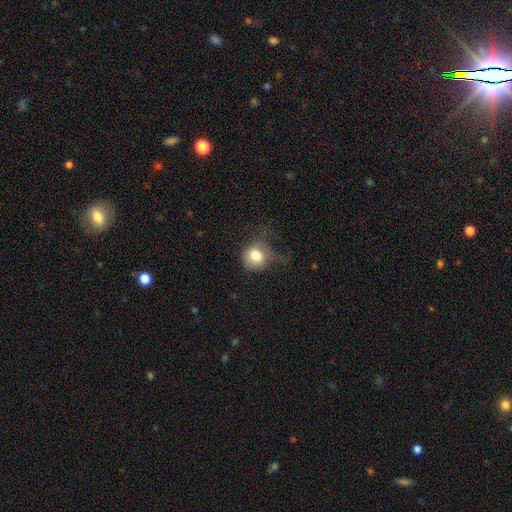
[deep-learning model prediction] Q: Smooth or featured?
A: smooth (80%); runner-up: featured or disk (10%)
Q: How rounded?
A: round (83%); runner-up: in between (16%)
Q: Merging?
A: none (38%); runner-up: minor disturbance (31%)